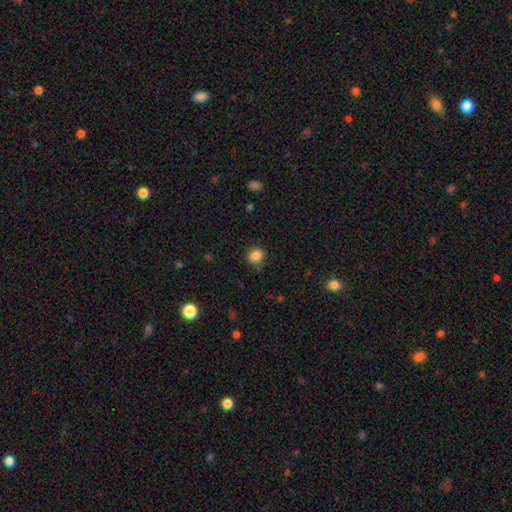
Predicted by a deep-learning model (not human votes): Overall: smooth (85%). How rounded: round (89%). Merging: none (89%).